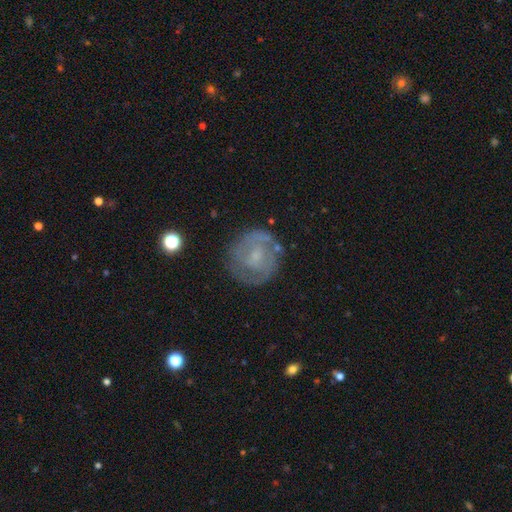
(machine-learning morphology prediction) smooth_or_featured: featured or disk (p=0.67) [alt: smooth p=0.26]
disk_edge_on: no (p=0.97) [alt: yes p=0.03]
bar: no (p=0.53) [alt: weak p=0.39]
has_spiral_arms: yes (p=0.74) [alt: no p=0.26]
bulge_size: small (p=0.53) [alt: moderate p=0.26]
merging: none (p=0.74) [alt: minor disturbance p=0.16]